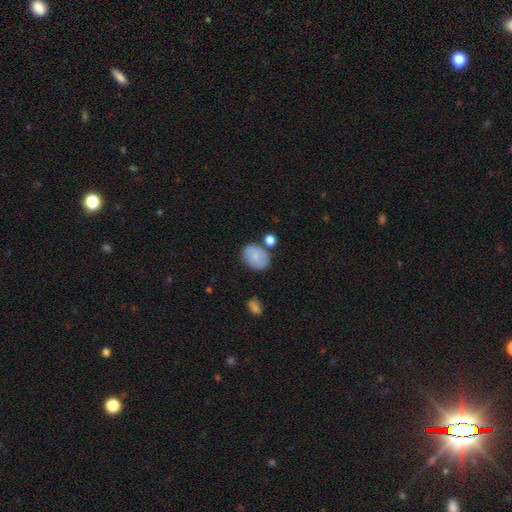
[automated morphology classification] Smooth or featured: smooth — 63% (featured or disk — 29%)
How rounded: in between — 61% (round — 38%)
Merging: none — 69% (minor disturbance — 17%)